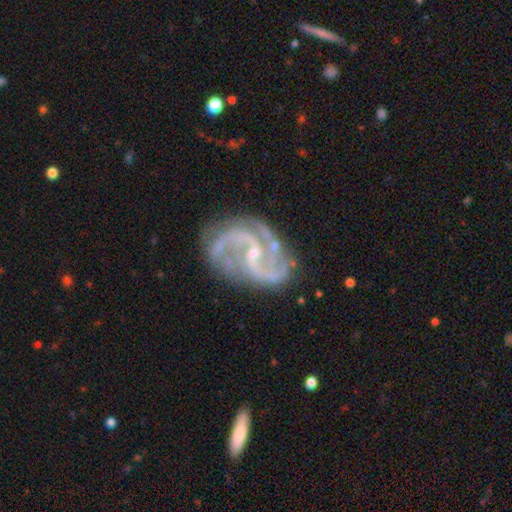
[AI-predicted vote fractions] Smooth or featured?
  - featured or disk: 92% *
  - star or artifact: 5%
  - smooth: 3%
Edge-on disk?
  - no: 98% *
  - yes: 2%
Bar?
  - weak: 44% *
  - no: 36%
  - strong: 20%
Spiral arms?
  - yes: 98% *
  - no: 2%
Spiral winding?
  - medium: 52% *
  - loose: 32%
  - tight: 16%
Spiral arm count?
  - 2: 75% *
  - 3: 10%
  - can't tell: 5%
  - 4: 4%
  - 1: 3%
  - more than 4: 3%
Bulge size?
  - small: 75% *
  - moderate: 18%
  - none: 5%
  - large: 1%
  - dominant: 1%
Merging?
  - none: 73% *
  - minor disturbance: 17%
  - major disturbance: 8%
  - merger: 2%